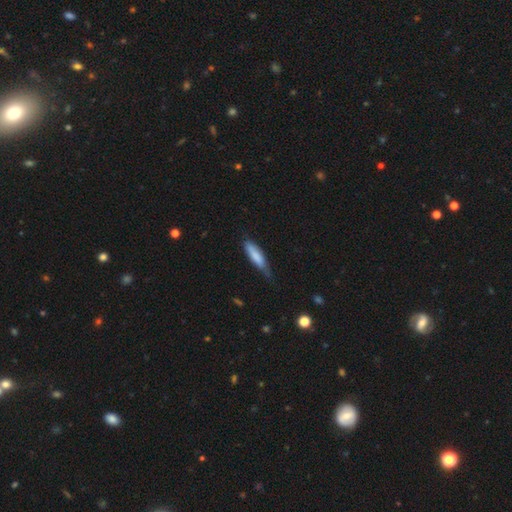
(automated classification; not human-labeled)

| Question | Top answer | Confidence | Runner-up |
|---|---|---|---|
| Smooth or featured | smooth | 78% | featured or disk (16%) |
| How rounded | cigar-shaped | 66% | in between (32%) |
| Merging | none | 47% | minor disturbance (41%) |